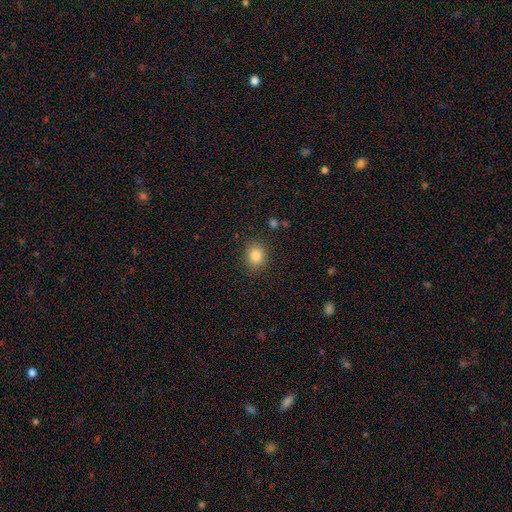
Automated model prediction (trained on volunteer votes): This appears to be a smooth galaxy with no disk features (83%) that is round (61%). Merging: none (86%).